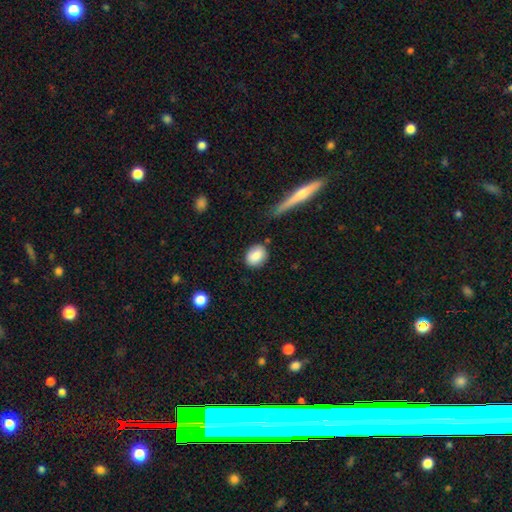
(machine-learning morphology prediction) Smooth or featured: smooth — 85% (star or artifact — 8%)
How rounded: round — 51% (in between — 48%)
Merging: none — 83% (minor disturbance — 11%)